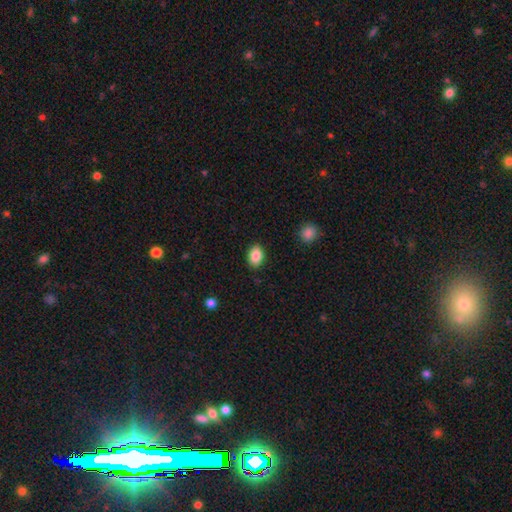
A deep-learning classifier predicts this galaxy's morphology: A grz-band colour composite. It shows a smooth galaxy with no disk features (86%) that is in between round and cigar-shaped (84%). Merging: none (88%).